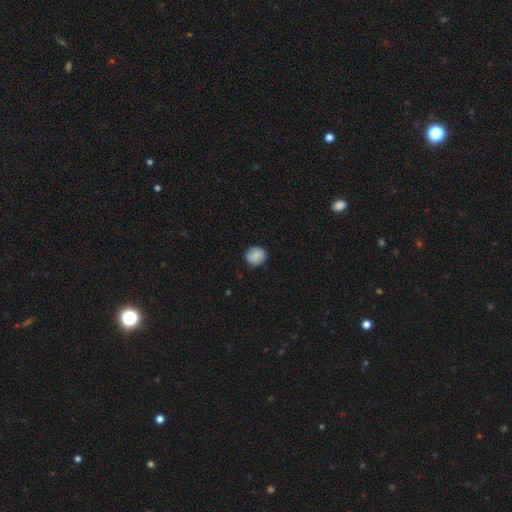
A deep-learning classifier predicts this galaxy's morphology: This appears to be a smooth galaxy with no disk features (85%) that is round (82%). Merging: none (84%).